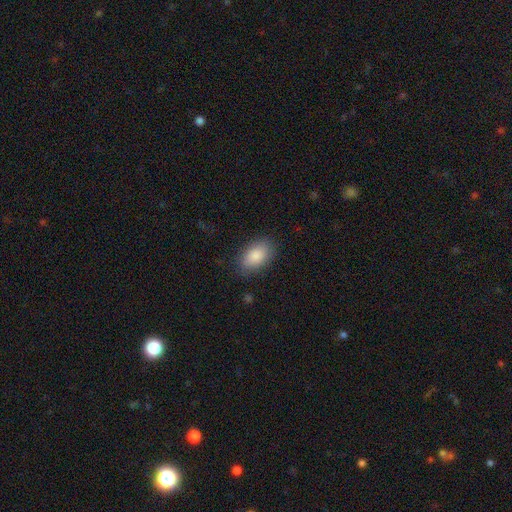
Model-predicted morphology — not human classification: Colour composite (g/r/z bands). It shows a smooth galaxy with no disk features (87%) that is in between round and cigar-shaped (92%). Merging: none (83%).